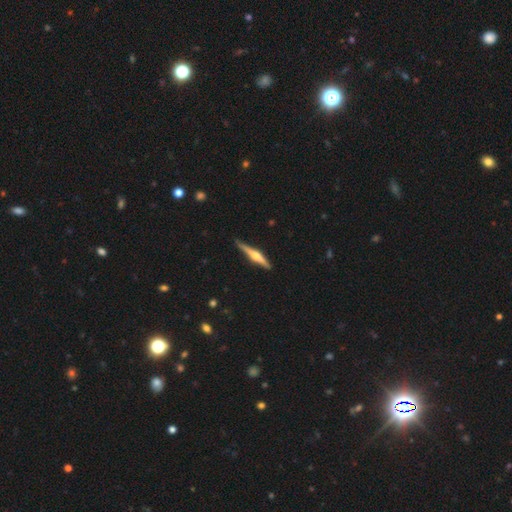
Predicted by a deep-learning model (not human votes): featured or disk 72%, smooth 23%, star or artifact 5%. Down the decision tree: edge-on disk — yes (98%); edge-on bulge — rounded (88%); merging — none (86%).